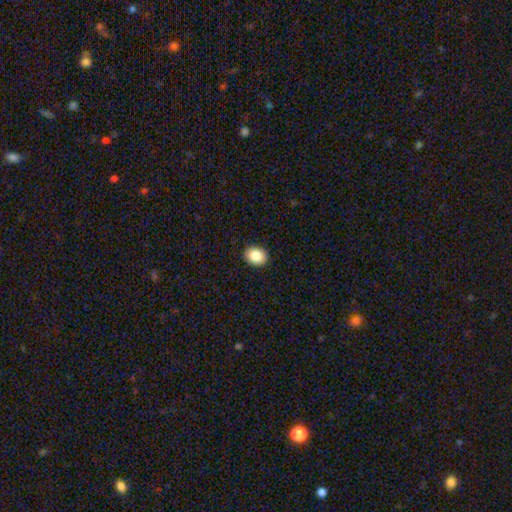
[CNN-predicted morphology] This appears to be a smooth galaxy with no disk features (85%) that is round (53%). Merging: none (91%).